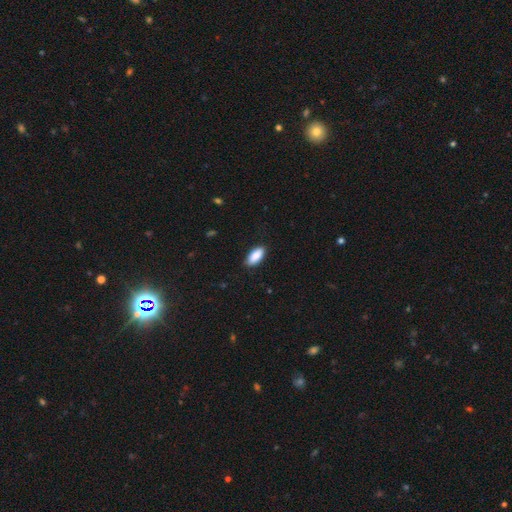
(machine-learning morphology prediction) smooth_or_featured: smooth (p=0.89) [alt: star or artifact p=0.06]
how_rounded: in between (p=0.86) [alt: cigar-shaped p=0.12]
merging: none (p=0.87) [alt: minor disturbance p=0.10]